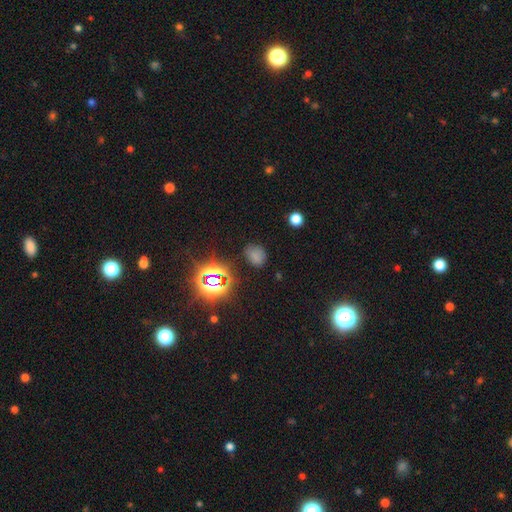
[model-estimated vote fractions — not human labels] smooth 65%, star or artifact 28%, featured or disk 7%. Down the decision tree: how rounded — in between (53%); merging — none (75%).